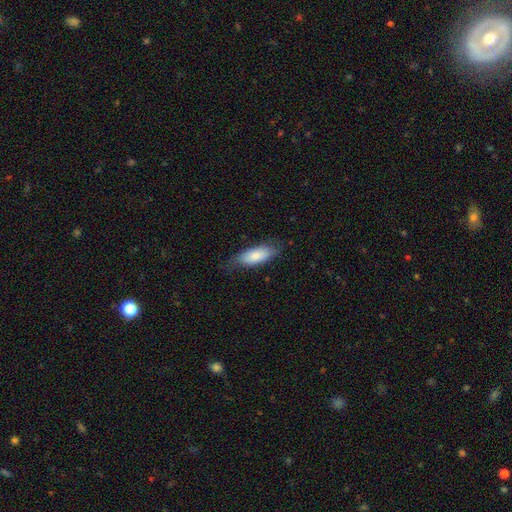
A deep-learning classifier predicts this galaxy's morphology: type=smooth (80%); roundness=in between (72%); merging=none (72%).